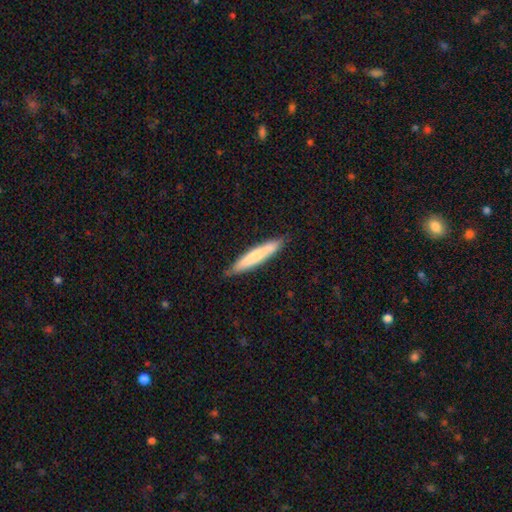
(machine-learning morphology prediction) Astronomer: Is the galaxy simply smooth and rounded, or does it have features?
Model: smooth — 67%.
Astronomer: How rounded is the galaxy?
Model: cigar-shaped — 92%.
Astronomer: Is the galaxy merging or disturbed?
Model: none — 85%.